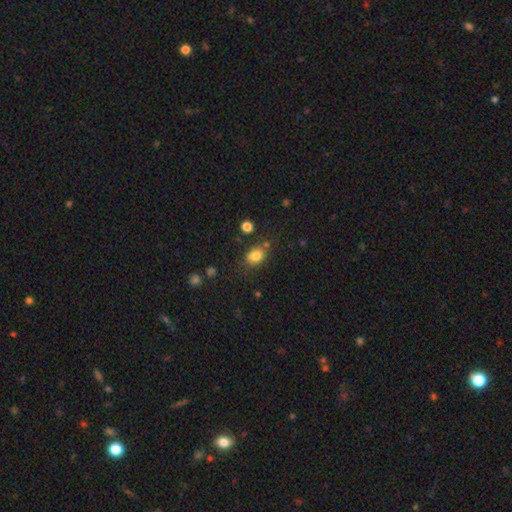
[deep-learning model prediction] Smooth or featured? Predicted: smooth (p=0.80). How rounded? Predicted: in between (p=0.57). Merging? Predicted: none (p=0.66).